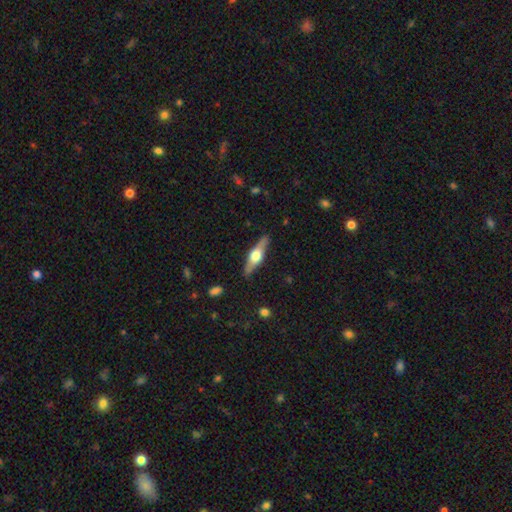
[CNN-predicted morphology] type=featured or disk (66%); edge-on=yes (96%); edge-on bulge=rounded (93%); merging=none (87%).